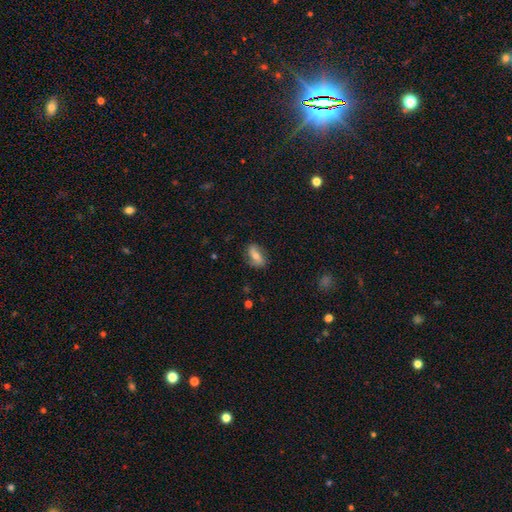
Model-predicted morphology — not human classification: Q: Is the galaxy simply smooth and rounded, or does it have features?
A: smooth — 52%.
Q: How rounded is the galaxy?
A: in between — 83%.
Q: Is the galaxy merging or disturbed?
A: none — 78%.